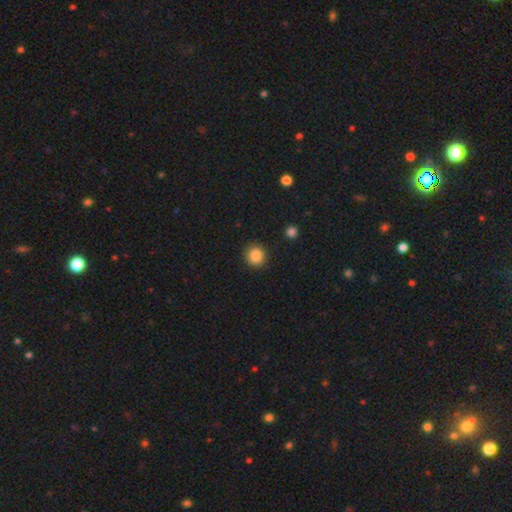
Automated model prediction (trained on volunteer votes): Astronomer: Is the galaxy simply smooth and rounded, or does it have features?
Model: smooth — 87%.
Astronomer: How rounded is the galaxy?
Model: round — 87%.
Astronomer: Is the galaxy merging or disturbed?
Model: none — 90%.